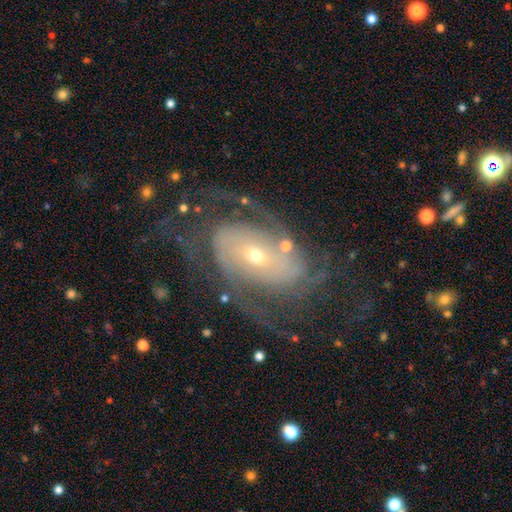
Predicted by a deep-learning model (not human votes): Smooth or featured? featured or disk (86%)
Edge-on disk? no (96%)
Bar? no (58%)
Spiral arms? yes (93%)
Spiral winding? tight (47%)
Spiral arm count? 2 (47%)
Bulge size? small (60%)
Merging? none (64%)